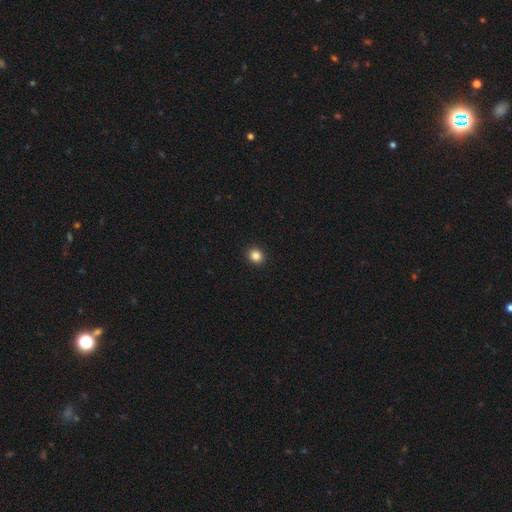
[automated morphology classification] Smooth or featured? Predicted: smooth (p=0.85). How rounded? Predicted: round (p=0.81). Merging? Predicted: none (p=0.93).